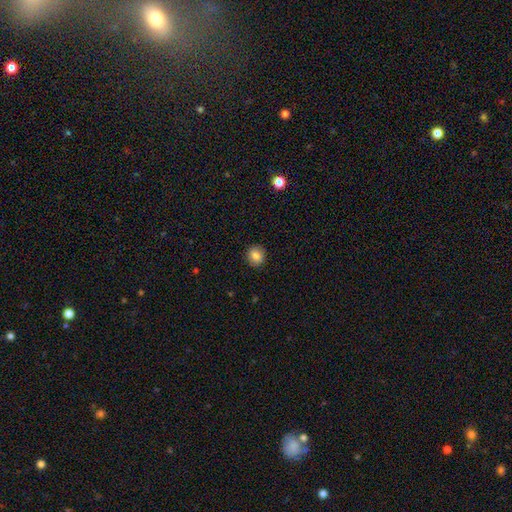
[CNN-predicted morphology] The model was most divided on "how rounded": round: 85%, in between: 14%, cigar-shaped: 1%. More confident: merging — none (91%); smooth or featured — smooth (84%).